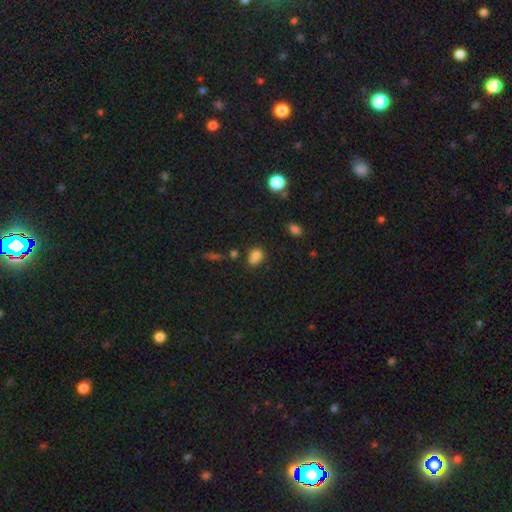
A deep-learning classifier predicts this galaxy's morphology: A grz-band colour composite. It shows a smooth galaxy with no disk features (76%) that is in between round and cigar-shaped (54%). Merging: none (45%).